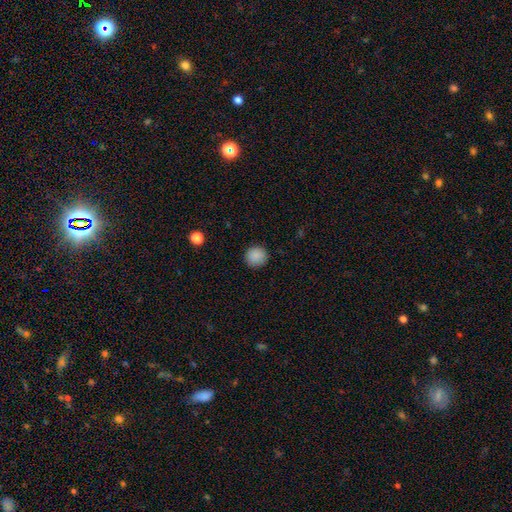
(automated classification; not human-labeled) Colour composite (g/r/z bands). It shows a smooth galaxy with no disk features (89%) that is round (93%). Merging: none (91%).